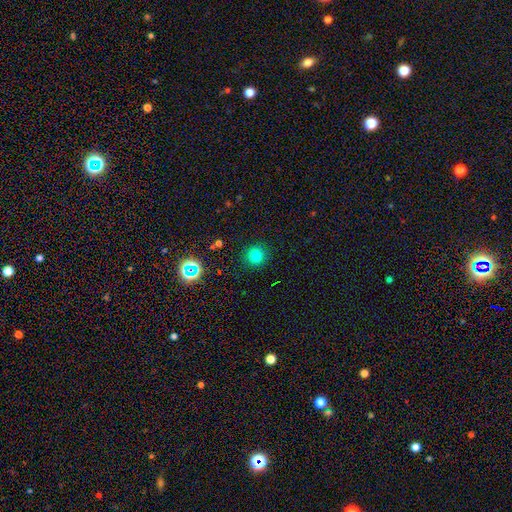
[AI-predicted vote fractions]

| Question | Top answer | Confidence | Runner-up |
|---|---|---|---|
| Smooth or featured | smooth | 78% | star or artifact (17%) |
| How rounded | round | 92% | in between (7%) |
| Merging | none | 90% | minor disturbance (6%) |